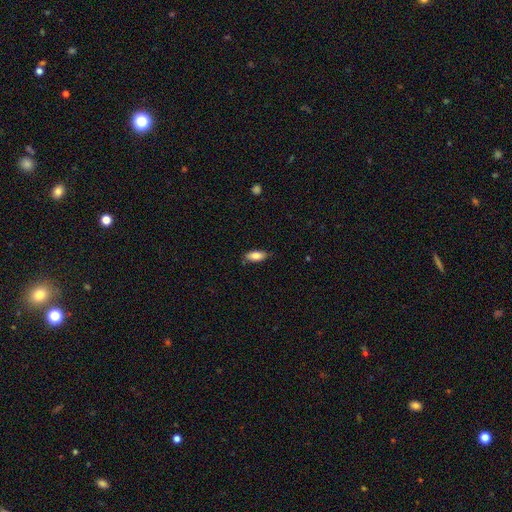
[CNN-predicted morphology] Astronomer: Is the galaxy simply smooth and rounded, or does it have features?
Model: smooth — 83%.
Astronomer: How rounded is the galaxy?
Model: in between — 83%.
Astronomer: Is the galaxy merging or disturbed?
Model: none — 77%.